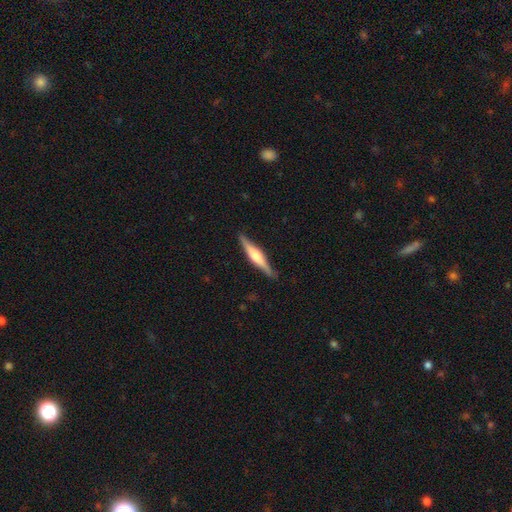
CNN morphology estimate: Overall: featured or disk (65%; smooth 30%). Edge-on disk: yes (97%). Edge-on bulge: rounded (69%). Merging: none (88%).